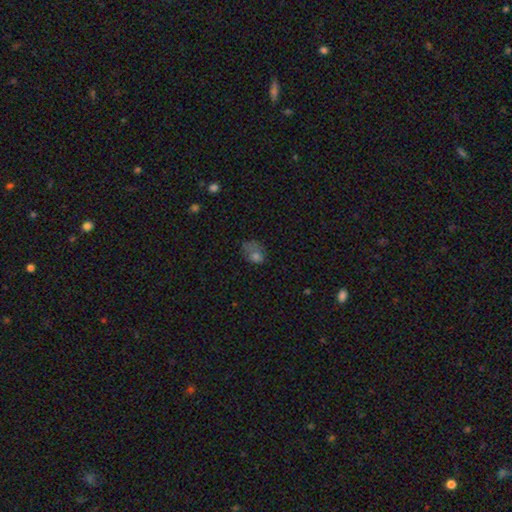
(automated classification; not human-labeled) Smooth or featured? smooth (63%)
How rounded? in between (60%)
Merging? major disturbance (34%)